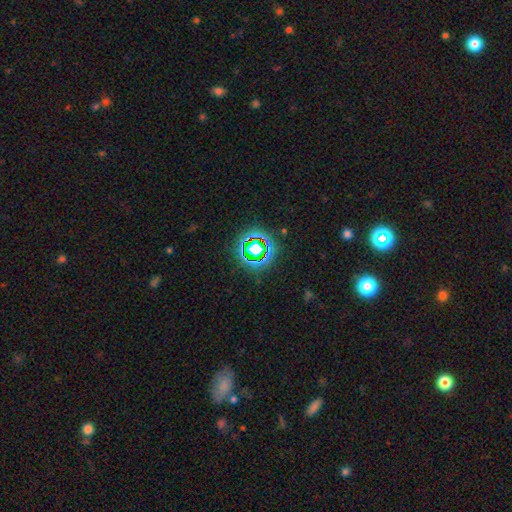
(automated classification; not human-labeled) Smooth or featured?
  - star or artifact: 72% *
  - smooth: 19%
  - featured or disk: 8%